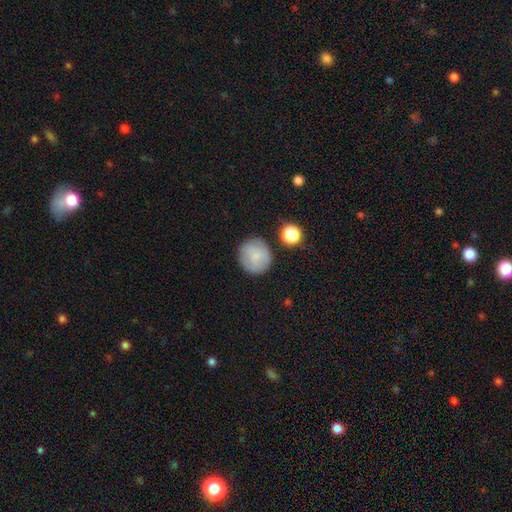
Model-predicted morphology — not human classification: Q: Smooth or featured?
A: smooth (80%); runner-up: featured or disk (12%)
Q: How rounded?
A: round (92%); runner-up: in between (7%)
Q: Merging?
A: none (81%); runner-up: minor disturbance (11%)